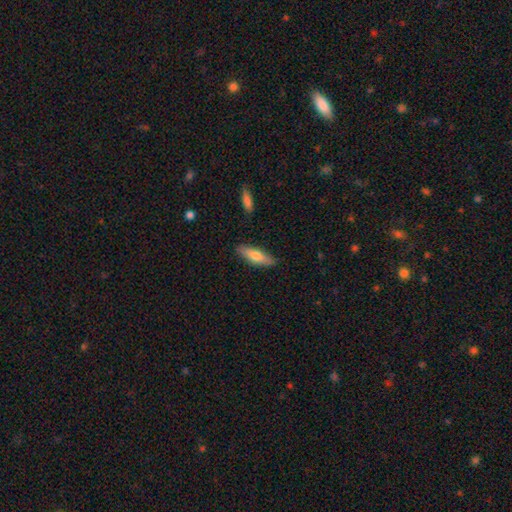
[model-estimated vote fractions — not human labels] smooth 67%, featured or disk 27%, star or artifact 6%. Down the decision tree: how rounded — cigar-shaped (57%); merging — none (84%).